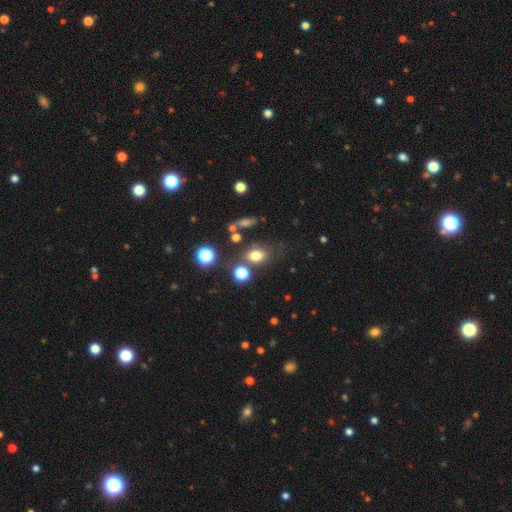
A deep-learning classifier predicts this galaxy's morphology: type=smooth (74%); roundness=in between (60%); merging=none (65%).